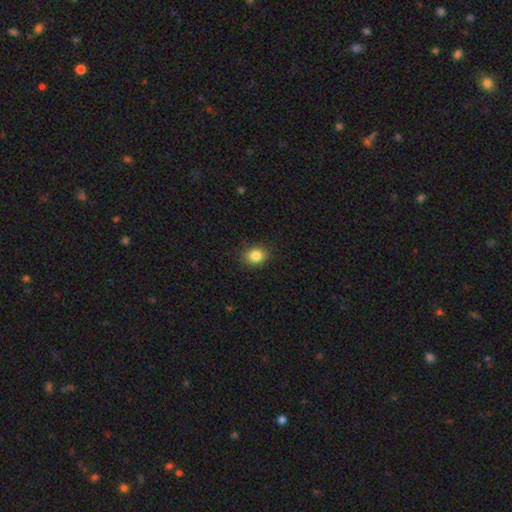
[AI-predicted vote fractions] The model was most divided on "how rounded": round: 50%, in between: 49%, cigar-shaped: 1%. More confident: merging — none (86%); smooth or featured — smooth (85%).